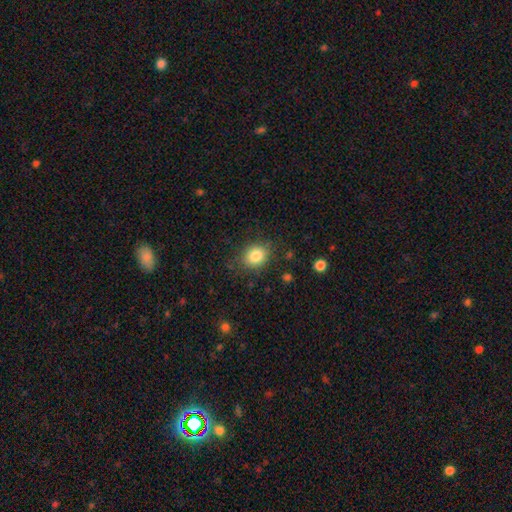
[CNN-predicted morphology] Smooth or featured? smooth (83%)
How rounded? round (56%)
Merging? none (82%)